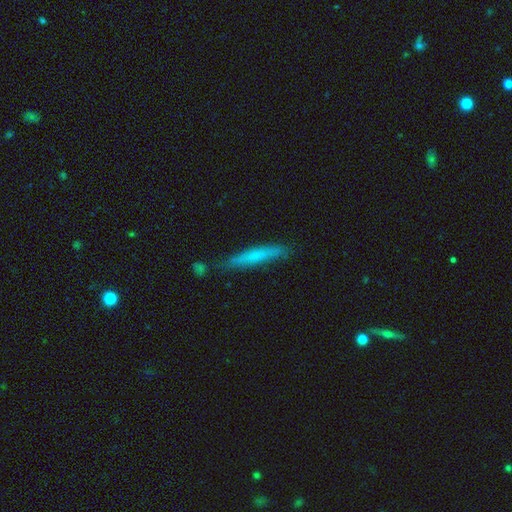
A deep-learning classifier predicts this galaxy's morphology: Overall: smooth (65%; featured or disk 28%). How rounded: cigar-shaped (94%). Merging: none (77%).